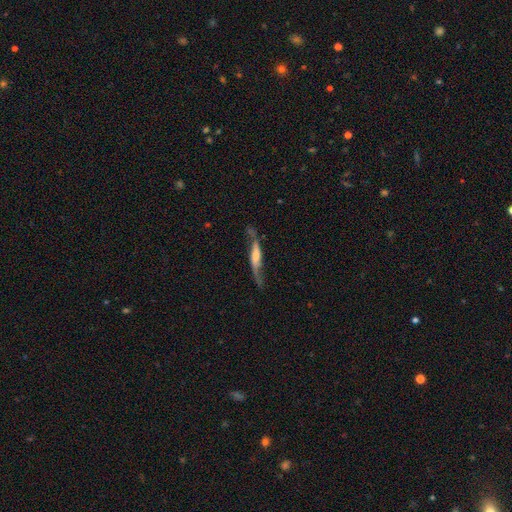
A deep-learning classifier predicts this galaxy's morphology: type=featured or disk (70%); edge-on=no (56%); merging=none (55%).